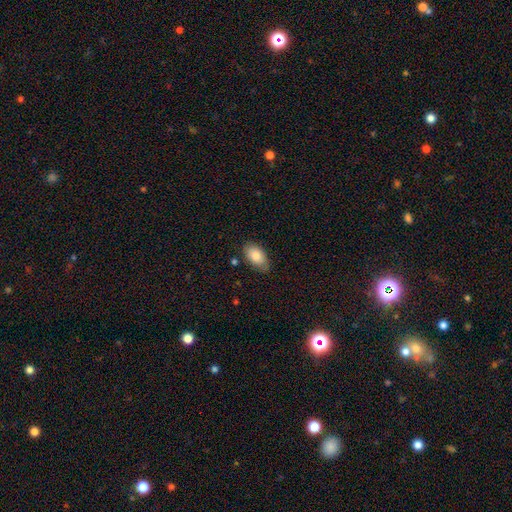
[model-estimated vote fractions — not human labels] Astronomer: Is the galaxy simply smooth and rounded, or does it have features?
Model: smooth — 83%.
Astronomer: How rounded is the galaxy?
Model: in between — 93%.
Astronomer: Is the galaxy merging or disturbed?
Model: none — 76%.